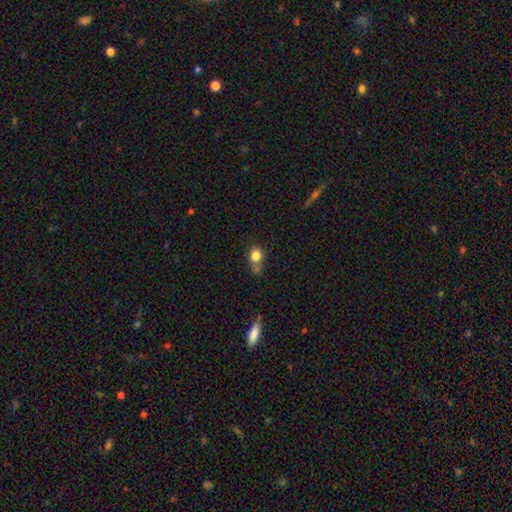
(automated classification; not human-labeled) smooth_or_featured: smooth (p=0.81) [alt: star or artifact p=0.11]
how_rounded: round (p=0.70) [alt: in between p=0.28]
merging: none (p=0.45) [alt: minor disturbance p=0.24]